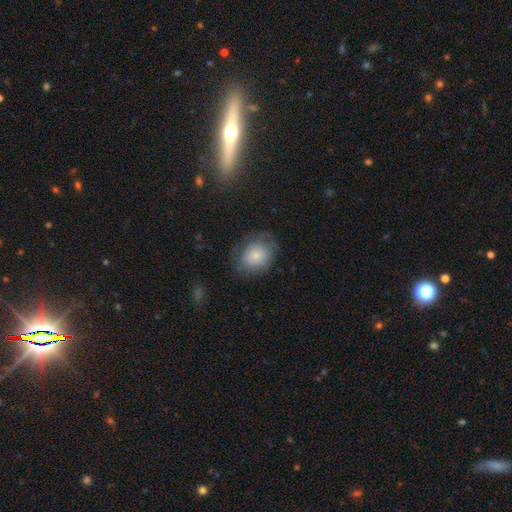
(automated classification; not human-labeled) Morphology: type=smooth (74%); roundness=round (52%); merging=none (64%).